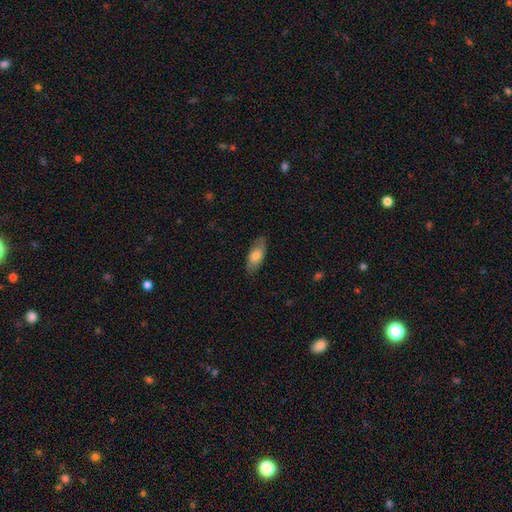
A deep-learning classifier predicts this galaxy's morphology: Overall: smooth (70%). How rounded: in between (85%). Merging: none (82%).